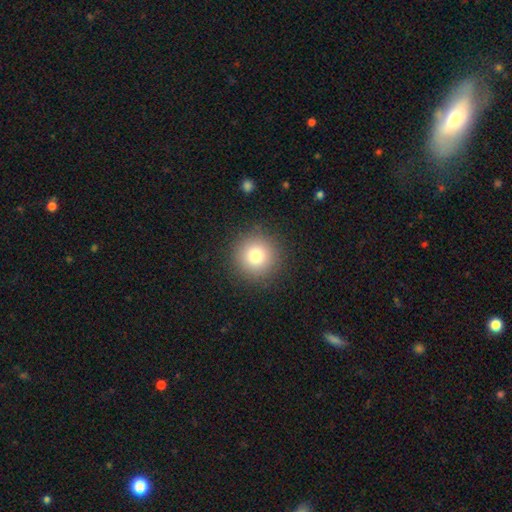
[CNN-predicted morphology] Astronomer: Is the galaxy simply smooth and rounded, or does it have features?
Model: smooth — 80%.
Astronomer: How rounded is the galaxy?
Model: round — 95%.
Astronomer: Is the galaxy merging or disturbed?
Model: none — 90%.